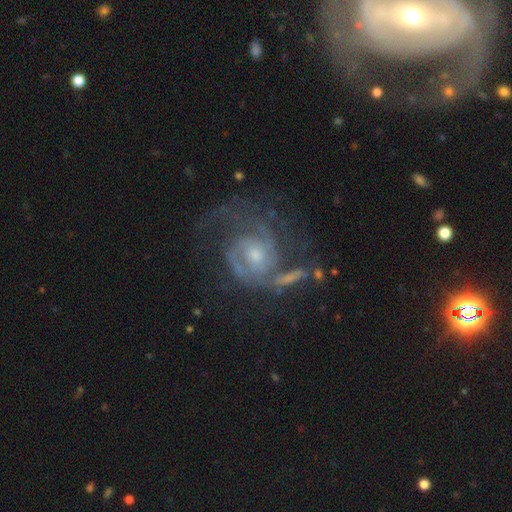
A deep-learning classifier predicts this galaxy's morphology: A featured or disk galaxy (86%) with no bar (67%), 2 (43%) tight (51%) spiral arms (93%) and a small central bulge (47%). Merging: none (43%).